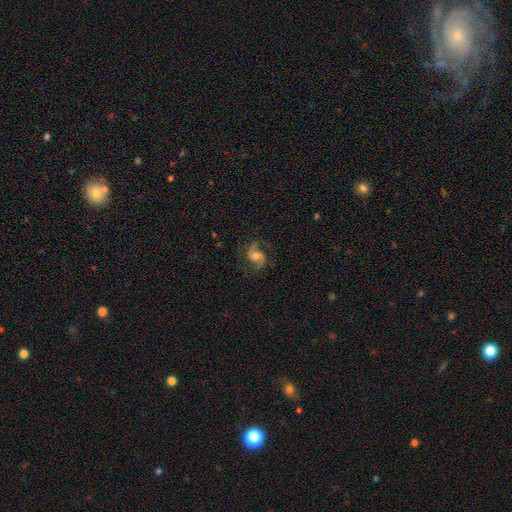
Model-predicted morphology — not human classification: Smooth or featured: featured or disk — 83% (smooth — 9%)
Edge-on disk: no — 98% (yes — 2%)
Bar: no — 51% (weak — 38%)
Spiral arms: yes — 97% (no — 3%)
Spiral winding: medium — 54% (loose — 32%)
Spiral arm count: 2 — 90% (can't tell — 3%)
Bulge size: moderate — 49% (small — 34%)
Merging: none — 75% (minor disturbance — 14%)